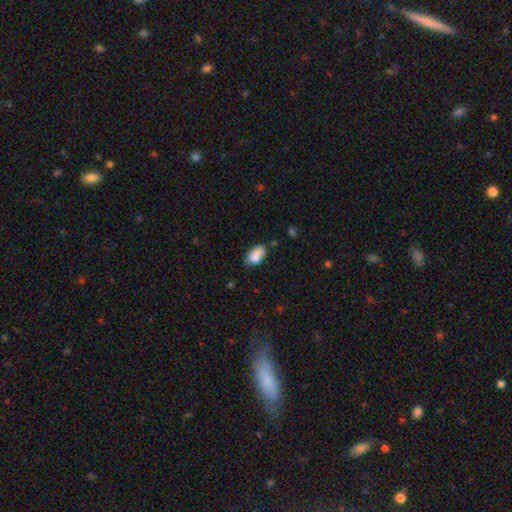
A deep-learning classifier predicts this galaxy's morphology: Smooth or featured: smooth — 85% (star or artifact — 8%)
How rounded: in between — 92% (round — 5%)
Merging: none — 60% (minor disturbance — 30%)